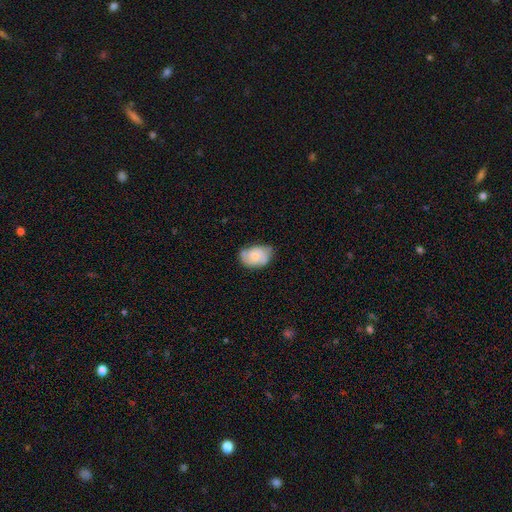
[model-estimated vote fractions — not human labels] smooth-or-featured: smooth: 61% | featured or disk: 32% | star or artifact: 7%
  how-rounded: in between: 83% | round: 16% | cigar-shaped: 1%
  merging: none: 56% | minor disturbance: 34% | major disturbance: 8% | merger: 2%